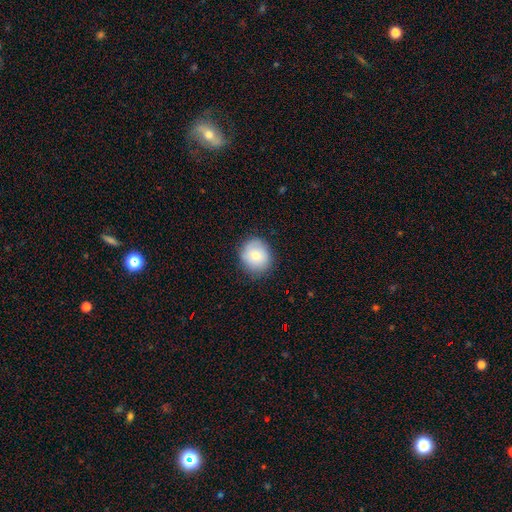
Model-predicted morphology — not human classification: smooth 75%, featured or disk 16%, star or artifact 9%. Down the decision tree: how rounded — round (80%); merging — none (83%).